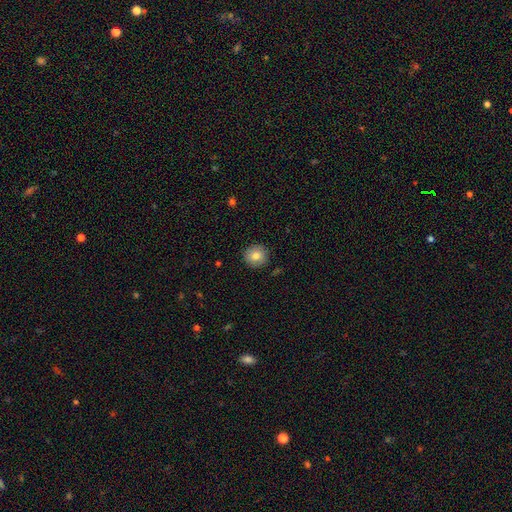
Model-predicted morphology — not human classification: Q: Smooth or featured?
A: smooth (81%); runner-up: featured or disk (10%)
Q: How rounded?
A: round (92%); runner-up: in between (7%)
Q: Merging?
A: none (91%); runner-up: minor disturbance (7%)